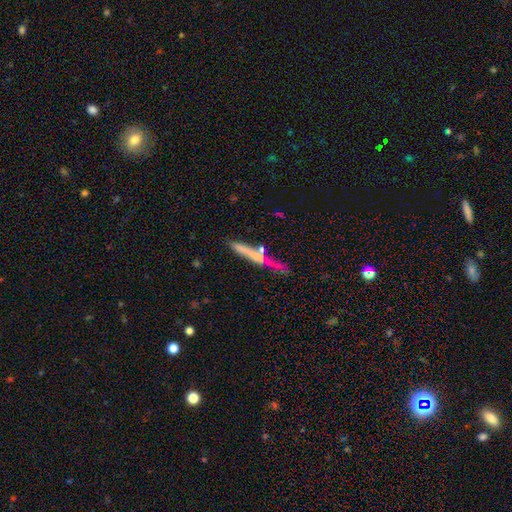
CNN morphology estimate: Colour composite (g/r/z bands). It shows a featured or disk galaxy (49%). Merging: none (73%).